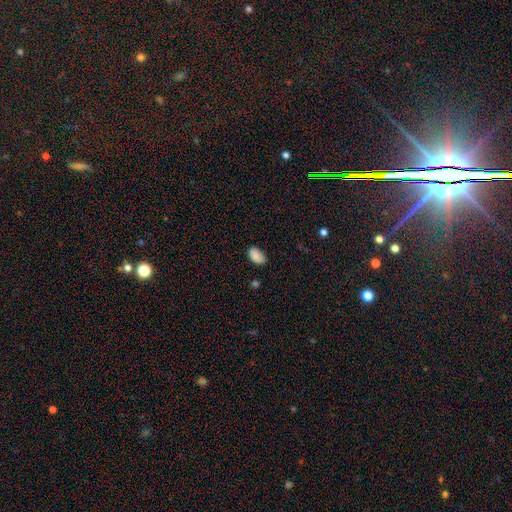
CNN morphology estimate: Smooth or featured?
  - smooth: 88% *
  - star or artifact: 8%
  - featured or disk: 4%
How rounded?
  - in between: 94% *
  - round: 5%
  - cigar-shaped: 1%
Merging?
  - none: 80% *
  - minor disturbance: 15%
  - major disturbance: 3%
  - merger: 1%